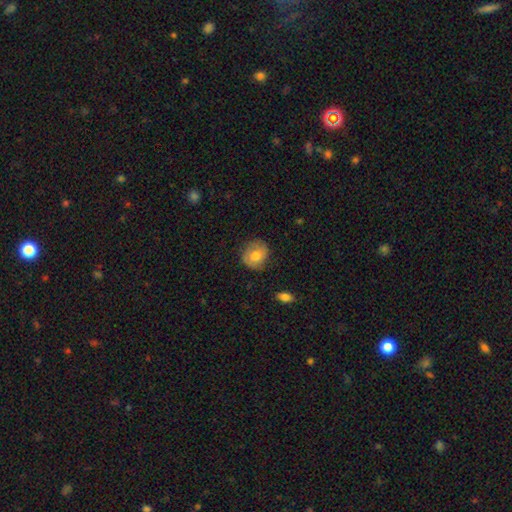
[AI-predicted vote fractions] Smooth or featured? Predicted: smooth (p=0.70). How rounded? Predicted: round (p=0.79). Merging? Predicted: none (p=0.77).